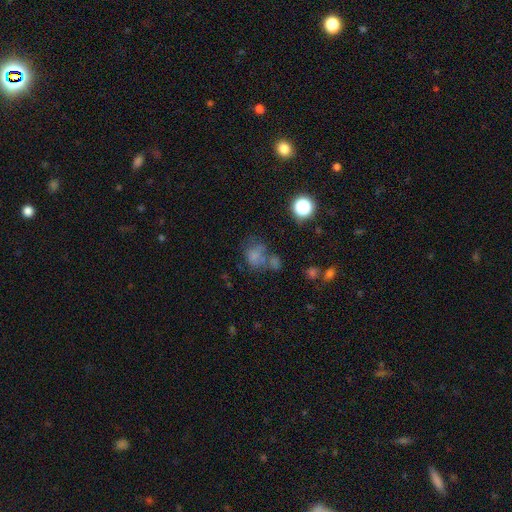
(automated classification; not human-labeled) Q: Smooth or featured?
A: smooth (64%); runner-up: star or artifact (18%)
Q: How rounded?
A: round (53%); runner-up: in between (46%)
Q: Merging?
A: merger (35%); runner-up: none (31%)